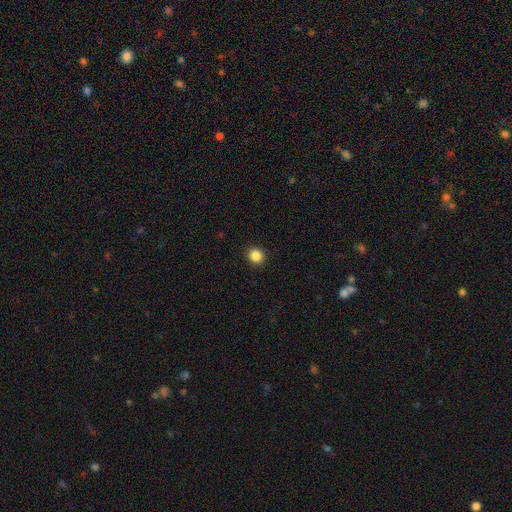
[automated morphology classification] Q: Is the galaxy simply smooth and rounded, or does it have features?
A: smooth — 86%.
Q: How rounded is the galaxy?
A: round — 87%.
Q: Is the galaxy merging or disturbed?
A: none — 93%.